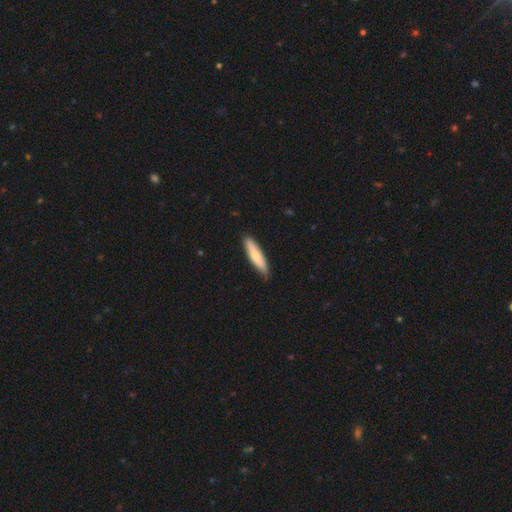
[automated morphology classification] A smooth galaxy with no disk features (72%) that is cigar-shaped (79%).

Vote fractions:
- Smooth or featured? smooth: 72% / featured or disk: 23% / star or artifact: 5%
- How rounded? cigar-shaped: 79% / in between: 19% / round: 1%
- Merging? none: 84% / minor disturbance: 14% / major disturbance: 2% / merger: 1%